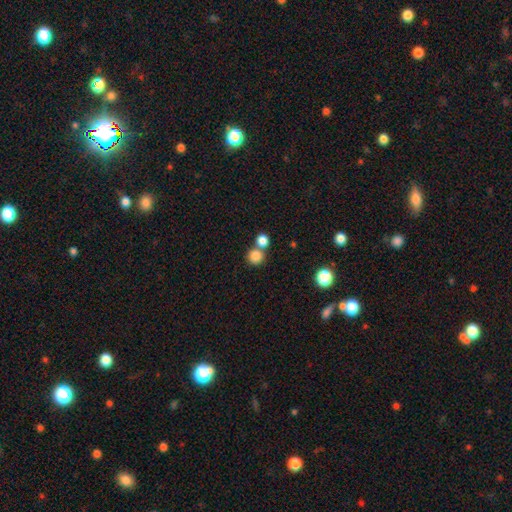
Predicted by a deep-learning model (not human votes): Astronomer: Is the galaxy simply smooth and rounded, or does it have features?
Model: smooth — 83%.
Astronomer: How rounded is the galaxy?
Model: round — 91%.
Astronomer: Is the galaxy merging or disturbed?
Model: none — 58% (runner-up: merger, 34%).